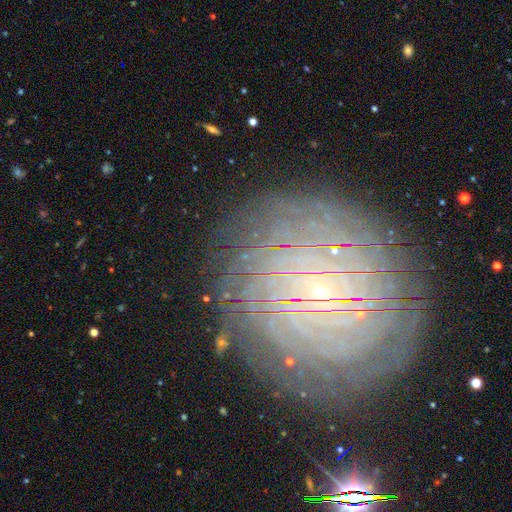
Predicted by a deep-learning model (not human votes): smooth_or_featured: featured or disk (p=0.77) [alt: star or artifact p=0.12]
disk_edge_on: no (p=0.96) [alt: yes p=0.04]
bar: no (p=0.62) [alt: weak p=0.27]
has_spiral_arms: yes (p=0.95) [alt: no p=0.05]
spiral_winding: tight (p=0.89) [alt: medium p=0.08]
spiral_arm_count: can't tell (p=0.30) [alt: more than 4 p=0.28]
bulge_size: small (p=0.88) [alt: moderate p=0.08]
merging: none (p=0.85) [alt: minor disturbance p=0.10]